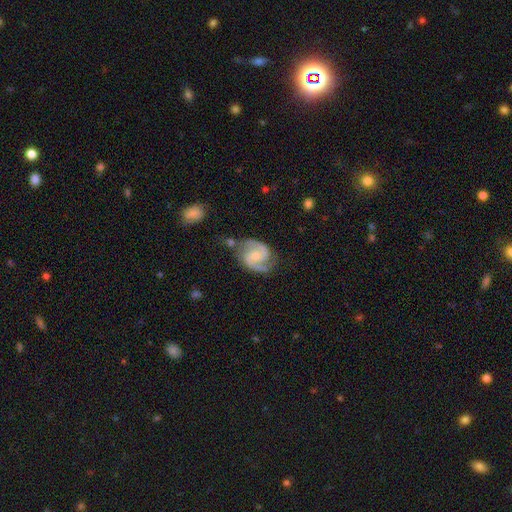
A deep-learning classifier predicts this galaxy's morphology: smooth_or_featured: featured or disk (p=0.91) [alt: smooth p=0.05]
disk_edge_on: no (p=0.98) [alt: yes p=0.02]
bar: no (p=0.52) [alt: weak p=0.39]
has_spiral_arms: yes (p=0.98) [alt: no p=0.02]
spiral_winding: medium (p=0.60) [alt: tight p=0.28]
spiral_arm_count: 2 (p=0.93) [alt: 3 p=0.02]
bulge_size: small (p=0.49) [alt: moderate p=0.41]
merging: none (p=0.70) [alt: minor disturbance p=0.18]